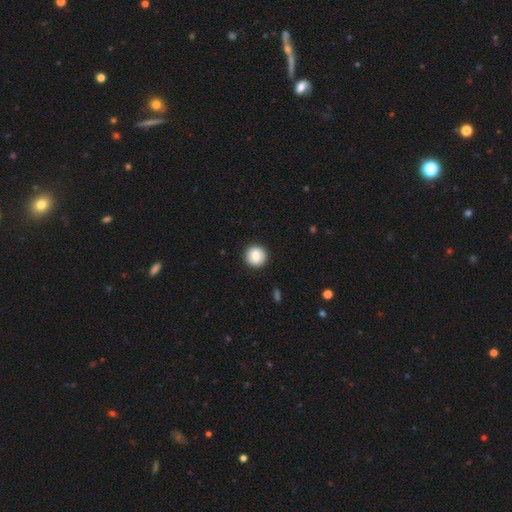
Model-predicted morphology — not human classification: Smooth or featured? smooth (83%)
How rounded? round (95%)
Merging? none (92%)